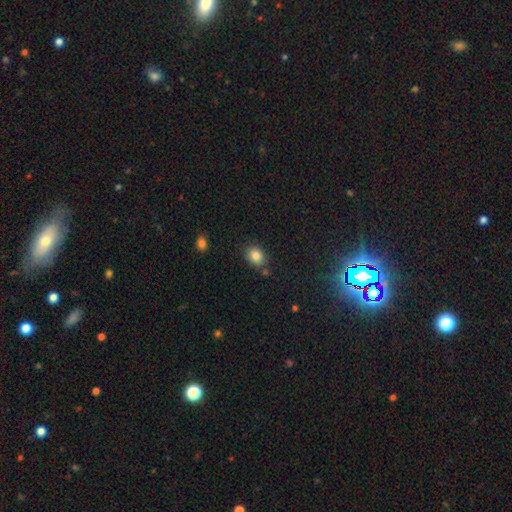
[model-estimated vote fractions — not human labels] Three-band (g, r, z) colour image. It shows a smooth galaxy with no disk features (84%) that is round (53%). Merging: none (77%).